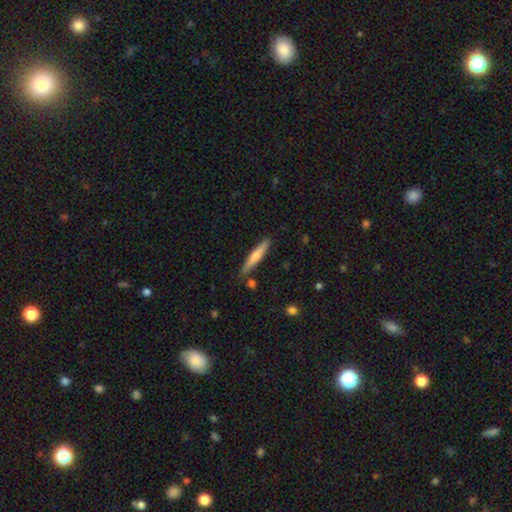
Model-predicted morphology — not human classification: Smooth or featured?
  - smooth: 53% *
  - featured or disk: 41%
  - star or artifact: 6%
How rounded?
  - cigar-shaped: 93% *
  - in between: 6%
  - round: 1%
Merging?
  - none: 85% *
  - minor disturbance: 10%
  - merger: 3%
  - major disturbance: 2%